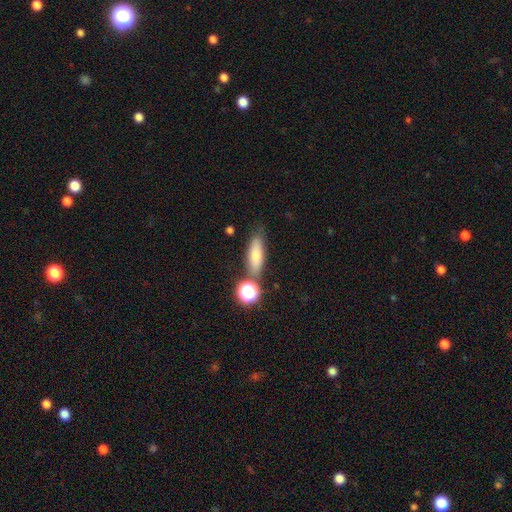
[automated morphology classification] Smooth or featured: smooth — 54% (featured or disk — 25%)
How rounded: in between — 48% (cigar-shaped — 41%)
Merging: none — 71% (minor disturbance — 12%)